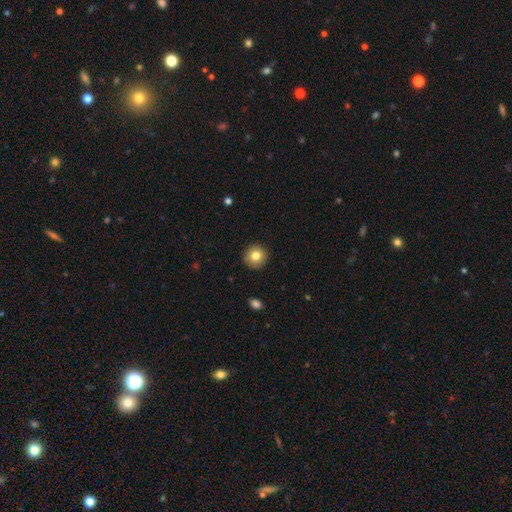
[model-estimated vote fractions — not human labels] This appears to be a smooth galaxy with no disk features (81%) that is round (94%). Merging: none (91%).